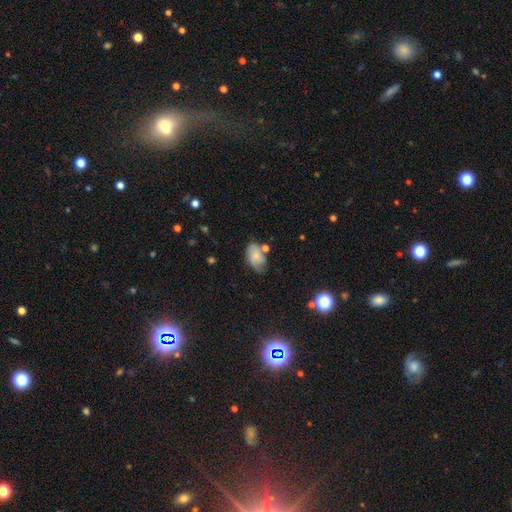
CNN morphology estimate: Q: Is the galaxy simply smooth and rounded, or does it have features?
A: smooth — 69%.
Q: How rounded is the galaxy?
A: in between — 89%.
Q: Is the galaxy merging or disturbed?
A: none — 52%.